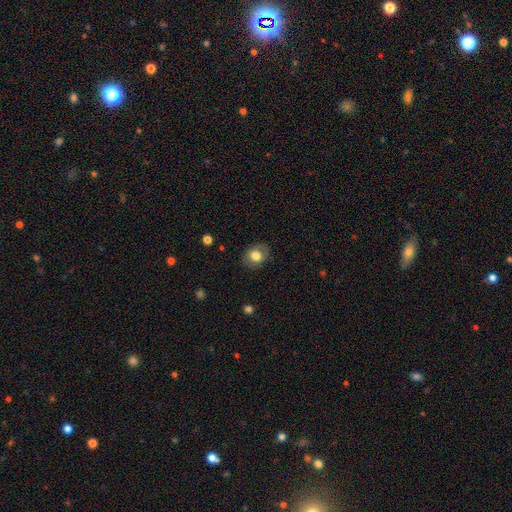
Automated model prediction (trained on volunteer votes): Morphology: type=smooth (75%); roundness=round (50%); merging=none (83%).